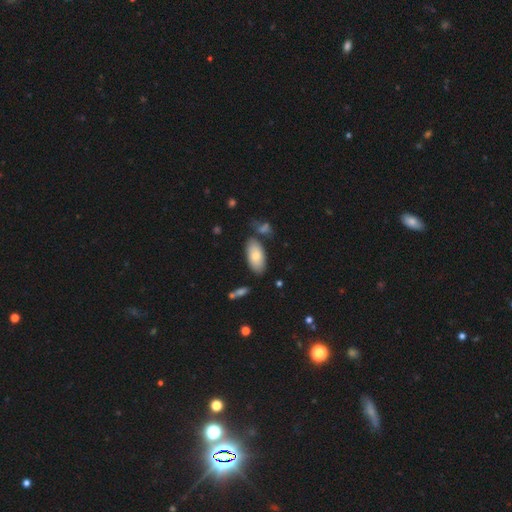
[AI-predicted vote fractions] smooth_or_featured: smooth (p=0.76) [alt: featured or disk p=0.17]
how_rounded: in between (p=0.92) [alt: cigar-shaped p=0.06]
merging: none (p=0.73) [alt: minor disturbance p=0.15]